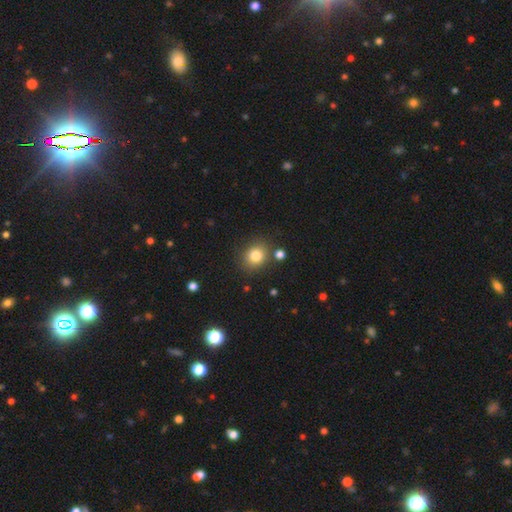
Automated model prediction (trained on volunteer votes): Smooth or featured?
  - smooth: 81% *
  - star or artifact: 11%
  - featured or disk: 7%
How rounded?
  - round: 67% *
  - in between: 32%
  - cigar-shaped: 1%
Merging?
  - none: 80% *
  - minor disturbance: 10%
  - merger: 6%
  - major disturbance: 3%